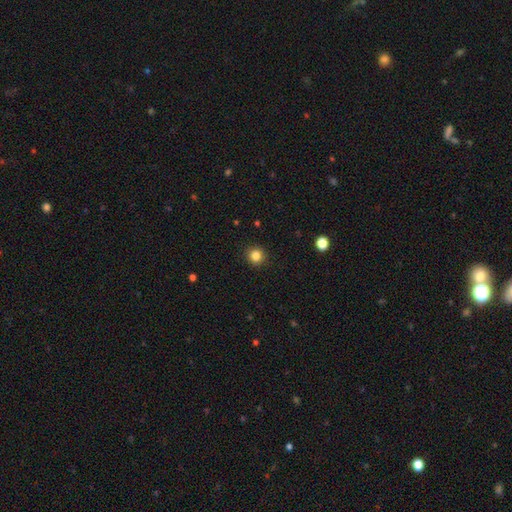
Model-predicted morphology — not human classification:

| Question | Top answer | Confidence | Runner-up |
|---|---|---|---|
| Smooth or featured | smooth | 84% | star or artifact (12%) |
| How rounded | round | 93% | in between (6%) |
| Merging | none | 92% | minor disturbance (5%) |